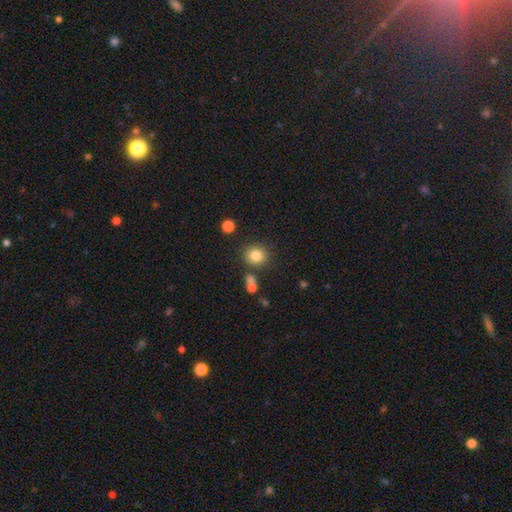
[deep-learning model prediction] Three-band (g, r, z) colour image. It shows a smooth galaxy with no disk features (81%) that is round (87%). Merging: none (79%).